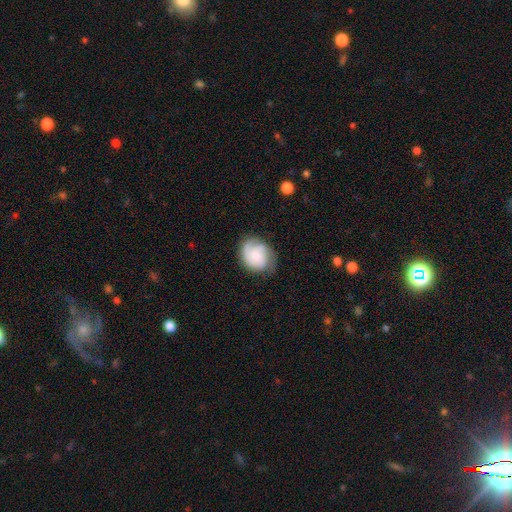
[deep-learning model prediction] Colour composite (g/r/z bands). It shows a featured or disk galaxy (55%) with no bar (71%), spiral arms (89%) and a small central bulge (52%). Merging: none (65%).